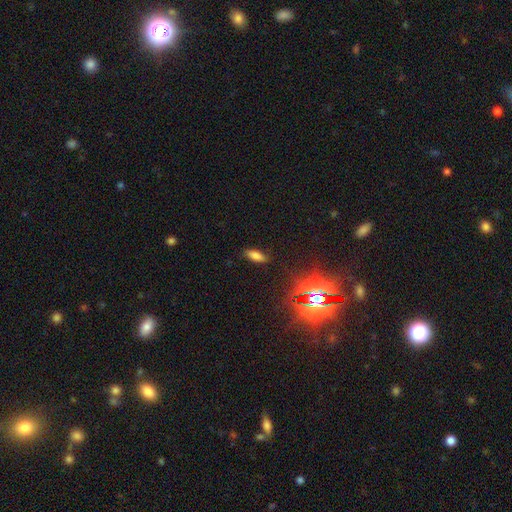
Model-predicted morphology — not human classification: Q: Smooth or featured?
A: smooth (73%); runner-up: star or artifact (19%)
Q: How rounded?
A: in between (75%); runner-up: cigar-shaped (22%)
Q: Merging?
A: none (86%); runner-up: minor disturbance (10%)